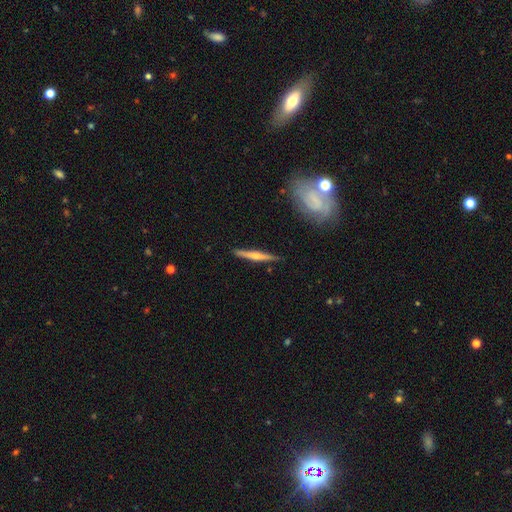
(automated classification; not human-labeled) Smooth or featured: featured or disk — 62% (smooth — 32%)
Edge-on disk: yes — 97% (no — 3%)
Edge-on bulge: rounded — 76% (none — 18%)
Merging: none — 88% (minor disturbance — 9%)